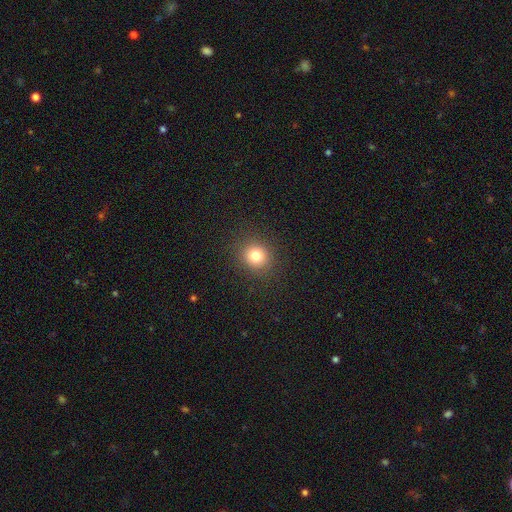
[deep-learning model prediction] Smooth or featured?
  - smooth: 80% *
  - star or artifact: 14%
  - featured or disk: 7%
How rounded?
  - round: 84% *
  - in between: 15%
  - cigar-shaped: 1%
Merging?
  - none: 89% *
  - minor disturbance: 7%
  - major disturbance: 3%
  - merger: 1%